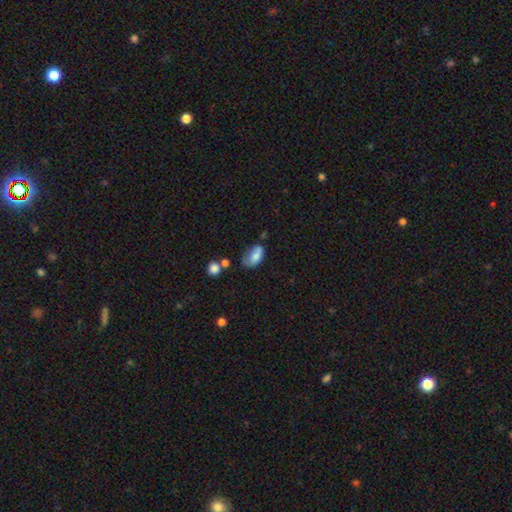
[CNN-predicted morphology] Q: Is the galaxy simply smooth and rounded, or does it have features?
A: smooth — 75%.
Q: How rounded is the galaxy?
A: in between — 90%.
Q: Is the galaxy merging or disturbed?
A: minor disturbance — 35%.